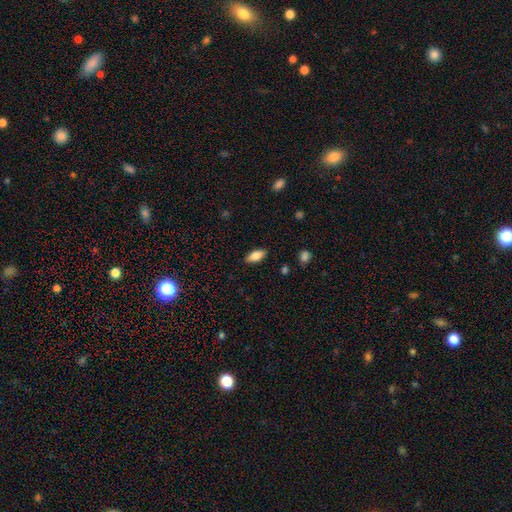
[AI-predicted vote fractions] This appears to be a smooth galaxy with no disk features (78%) that is in between round and cigar-shaped (85%). Merging: none (87%).